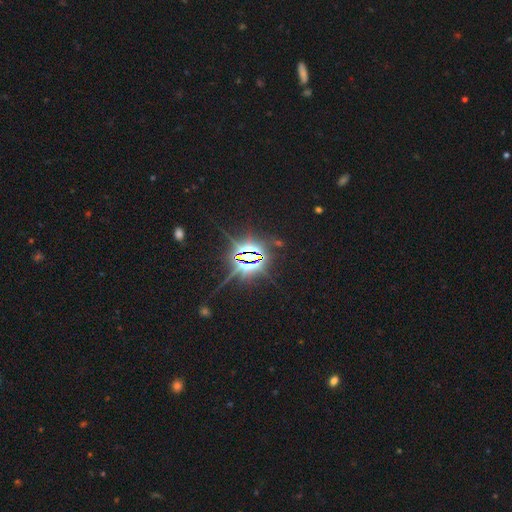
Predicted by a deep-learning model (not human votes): Smooth or featured? Predicted: star or artifact (p=0.86).